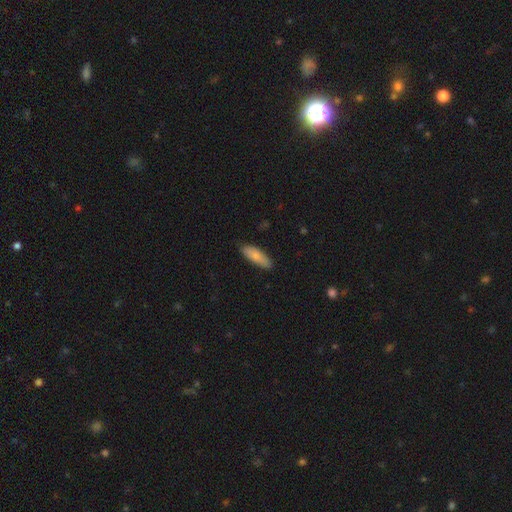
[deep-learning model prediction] A smooth galaxy with no disk features (81%) that is in between round and cigar-shaped (60%).

Vote fractions:
- Smooth or featured? smooth: 81% / featured or disk: 13% / star or artifact: 6%
- How rounded? in between: 60% / cigar-shaped: 39% / round: 2%
- Merging? none: 84% / minor disturbance: 13% / major disturbance: 2% / merger: 1%